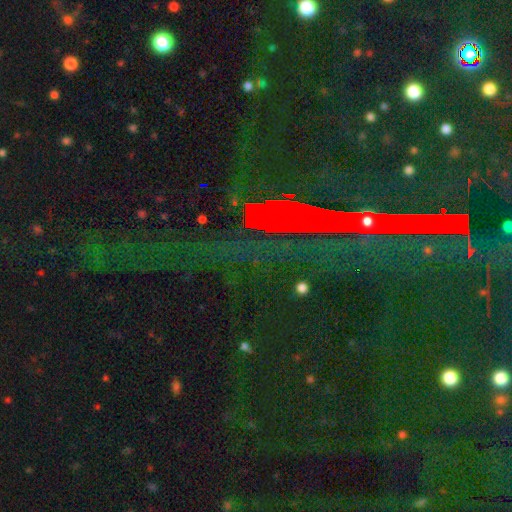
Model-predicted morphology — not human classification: Smooth or featured? star or artifact (79%)